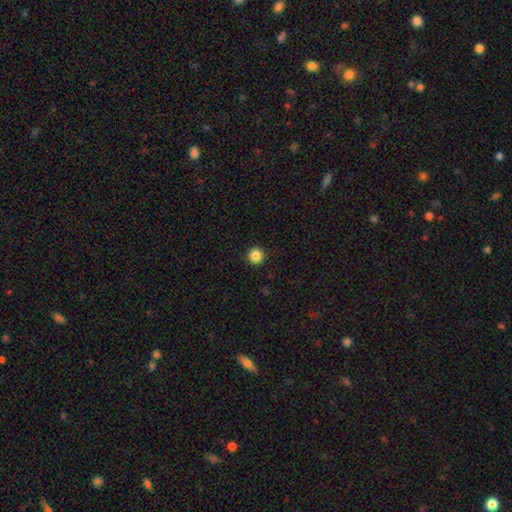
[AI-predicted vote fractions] Smooth or featured? Predicted: smooth (p=0.86). How rounded? Predicted: round (p=0.95). Merging? Predicted: none (p=0.93).